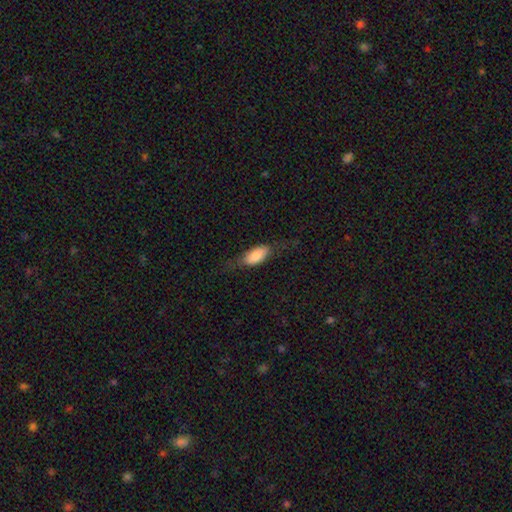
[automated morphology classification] Smooth or featured?
  - smooth: 75% *
  - featured or disk: 19%
  - star or artifact: 6%
How rounded?
  - in between: 84% *
  - cigar-shaped: 13%
  - round: 3%
Merging?
  - none: 59% *
  - minor disturbance: 25%
  - major disturbance: 14%
  - merger: 2%